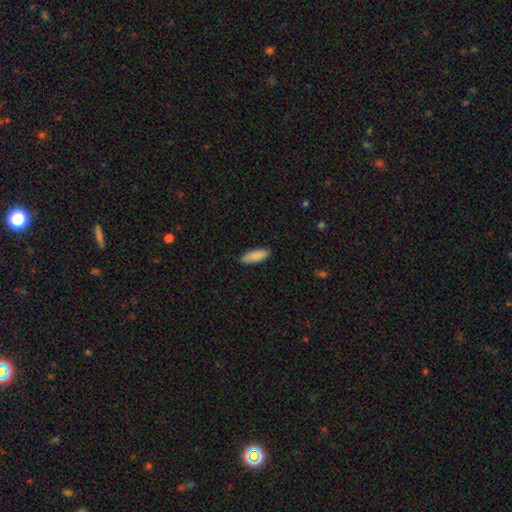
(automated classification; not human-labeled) Smooth or featured?
  - smooth: 89% *
  - star or artifact: 6%
  - featured or disk: 5%
How rounded?
  - in between: 69% *
  - cigar-shaped: 30%
  - round: 2%
Merging?
  - none: 87% *
  - minor disturbance: 10%
  - major disturbance: 2%
  - merger: 1%